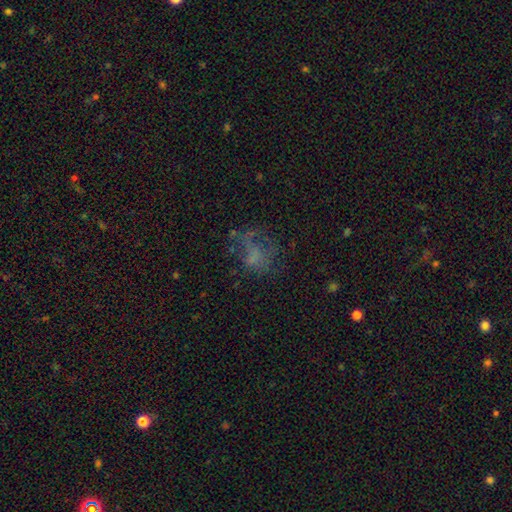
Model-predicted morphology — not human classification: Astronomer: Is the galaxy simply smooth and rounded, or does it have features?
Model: smooth — 41% (runner-up: featured or disk, 36%).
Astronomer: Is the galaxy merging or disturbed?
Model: major disturbance — 39% (runner-up: none, 38%).